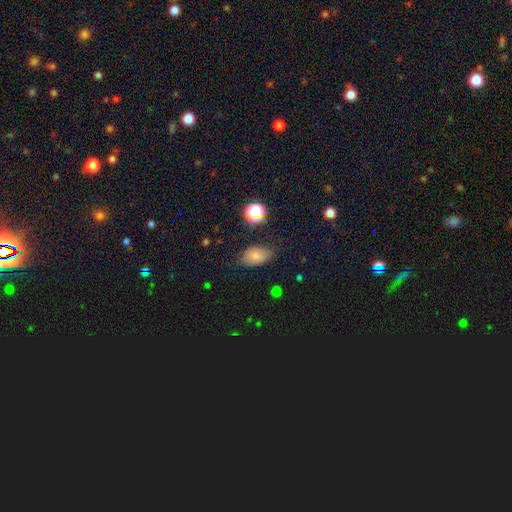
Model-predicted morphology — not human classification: Overall: smooth (77%). How rounded: in between (90%). Merging: none (75%).